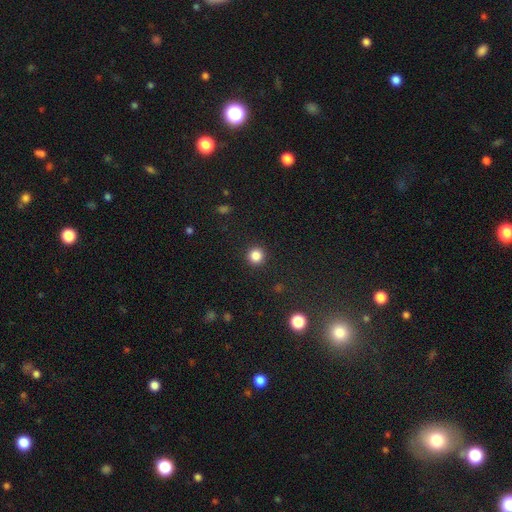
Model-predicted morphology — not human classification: type=smooth (85%); roundness=round (94%); merging=none (92%).